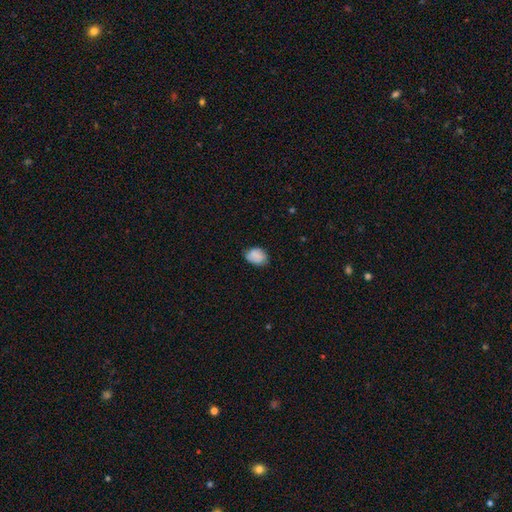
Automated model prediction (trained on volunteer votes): Smooth or featured? Predicted: smooth (p=0.81). How rounded? Predicted: in between (p=0.73). Merging? Predicted: none (p=0.69).